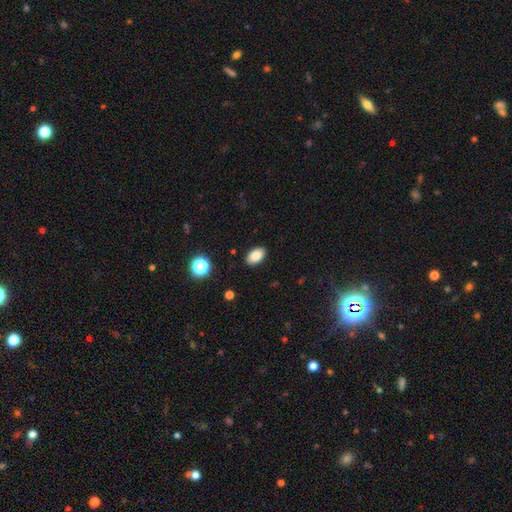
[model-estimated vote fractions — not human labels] Smooth or featured?
  - smooth: 85% *
  - star or artifact: 9%
  - featured or disk: 6%
How rounded?
  - in between: 91% *
  - round: 7%
  - cigar-shaped: 1%
Merging?
  - none: 89% *
  - minor disturbance: 8%
  - major disturbance: 2%
  - merger: 1%